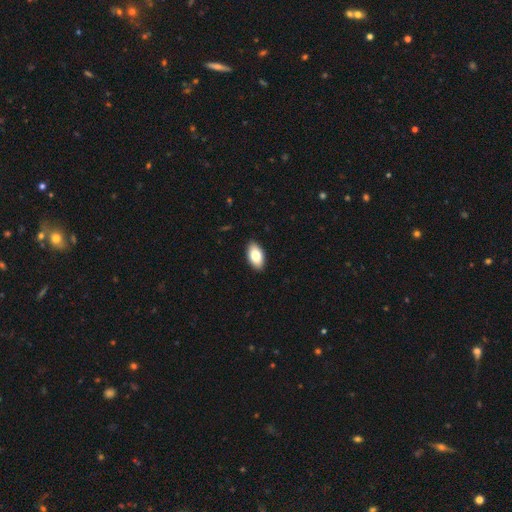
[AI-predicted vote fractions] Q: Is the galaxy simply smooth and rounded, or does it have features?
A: smooth — 81%.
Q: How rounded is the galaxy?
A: in between — 94%.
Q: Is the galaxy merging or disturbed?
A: none — 90%.